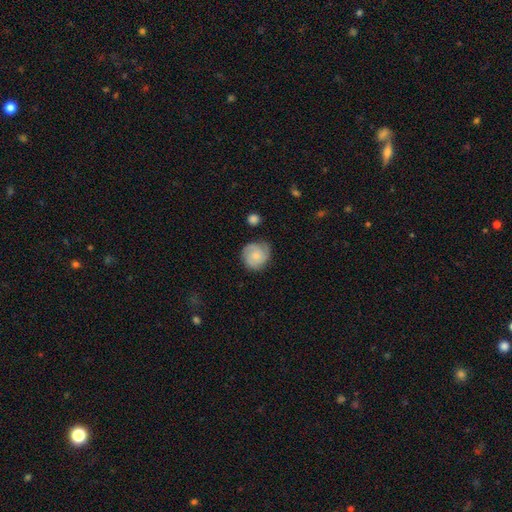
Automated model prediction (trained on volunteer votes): smooth_or_featured: smooth (p=0.54) [alt: featured or disk p=0.39]
how_rounded: round (p=0.87) [alt: in between p=0.12]
merging: none (p=0.70) [alt: minor disturbance p=0.22]